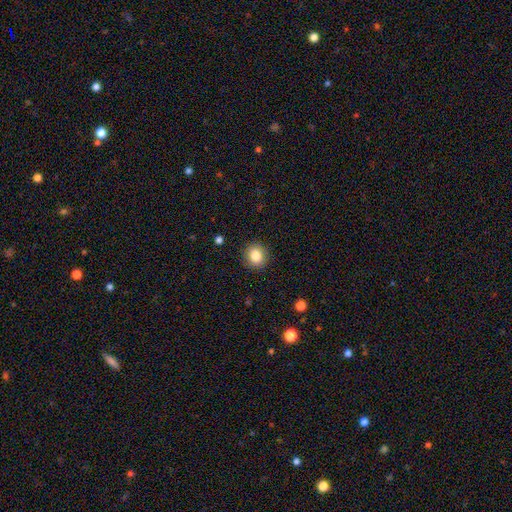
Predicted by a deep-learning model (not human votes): A smooth galaxy with no disk features (84%) that is round (85%).

Vote fractions:
- Smooth or featured? smooth: 84% / star or artifact: 10% / featured or disk: 6%
- How rounded? round: 85% / in between: 14% / cigar-shaped: 1%
- Merging? none: 90% / minor disturbance: 7% / major disturbance: 2% / merger: 1%